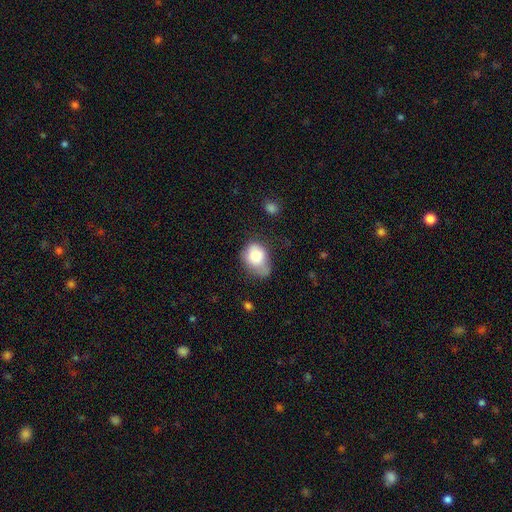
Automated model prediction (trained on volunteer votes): Overall: smooth (79%). How rounded: in between (62%; round 37%). Merging: minor disturbance (40%; none 33%).